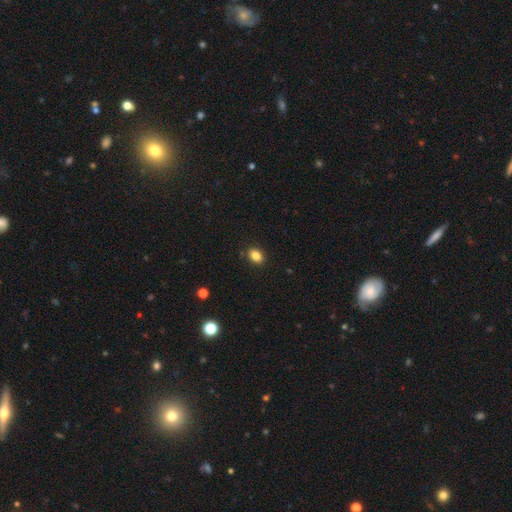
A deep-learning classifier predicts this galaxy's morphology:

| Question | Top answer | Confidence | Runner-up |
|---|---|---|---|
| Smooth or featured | smooth | 85% | star or artifact (10%) |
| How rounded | in between | 76% | round (23%) |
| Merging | none | 87% | minor disturbance (9%) |